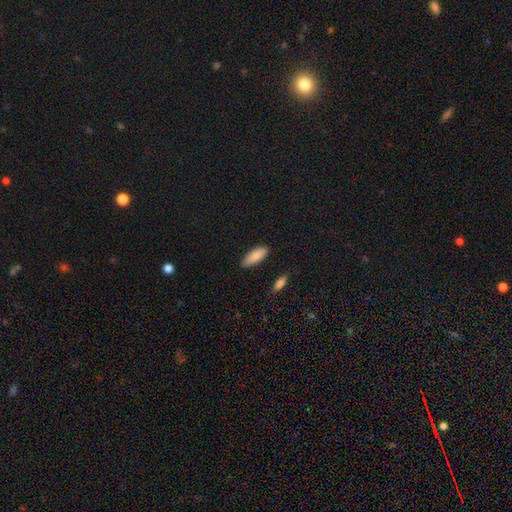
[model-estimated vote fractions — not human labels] Overall: smooth (86%). How rounded: in between (71%). Merging: none (81%).